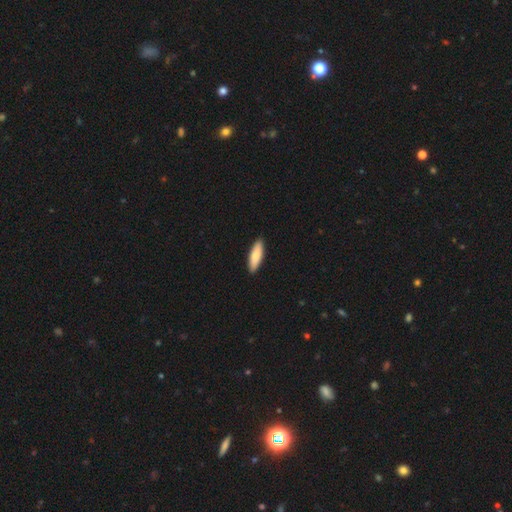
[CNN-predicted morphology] Smooth or featured? Predicted: smooth (p=0.80). How rounded? Predicted: cigar-shaped (p=0.57). Merging? Predicted: none (p=0.91).